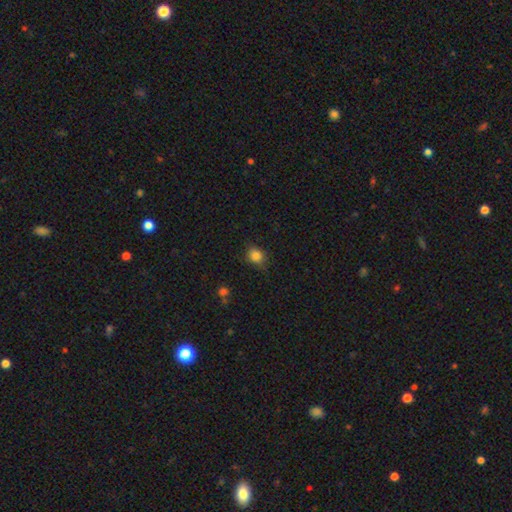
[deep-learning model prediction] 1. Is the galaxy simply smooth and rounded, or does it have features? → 84% smooth, 12% star or artifact, 5% featured or disk.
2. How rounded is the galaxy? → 68% round, 31% in between, 1% cigar-shaped.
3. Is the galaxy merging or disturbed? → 76% none, 18% minor disturbance, 4% major disturbance, 1% merger.